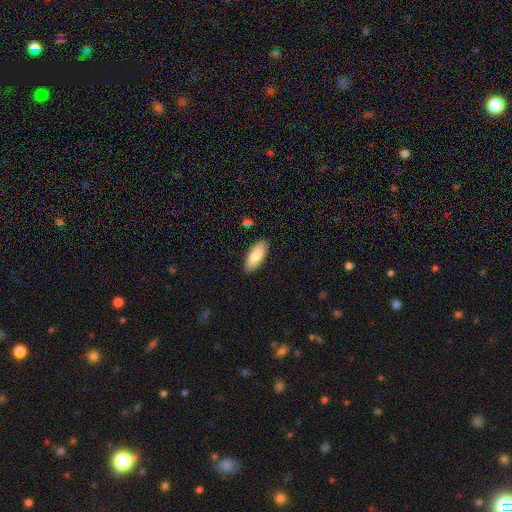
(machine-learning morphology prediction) Smooth or featured?
  - smooth: 80% *
  - featured or disk: 14%
  - star or artifact: 6%
How rounded?
  - in between: 84% *
  - cigar-shaped: 14%
  - round: 2%
Merging?
  - none: 86% *
  - minor disturbance: 11%
  - major disturbance: 2%
  - merger: 1%